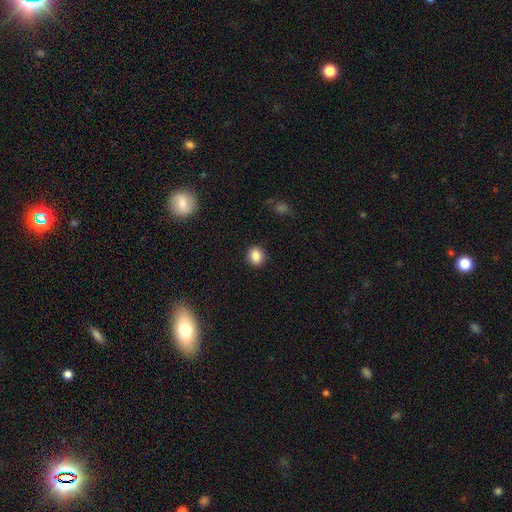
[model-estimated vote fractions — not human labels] The model was most divided on "how rounded": round: 66%, in between: 33%, cigar-shaped: 1%. More confident: merging — none (89%); smooth or featured — smooth (87%).